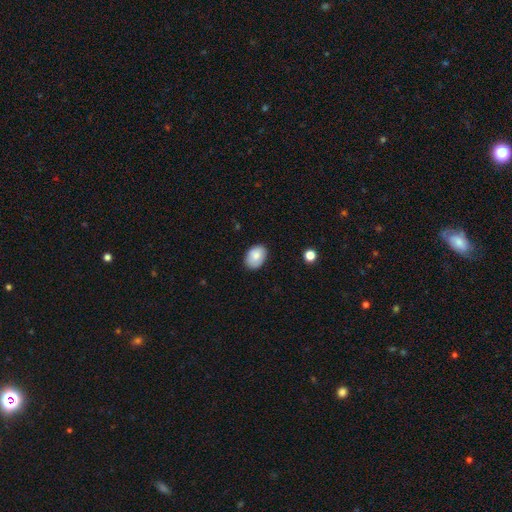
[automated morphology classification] type=smooth (83%); roundness=in between (79%); merging=none (82%).